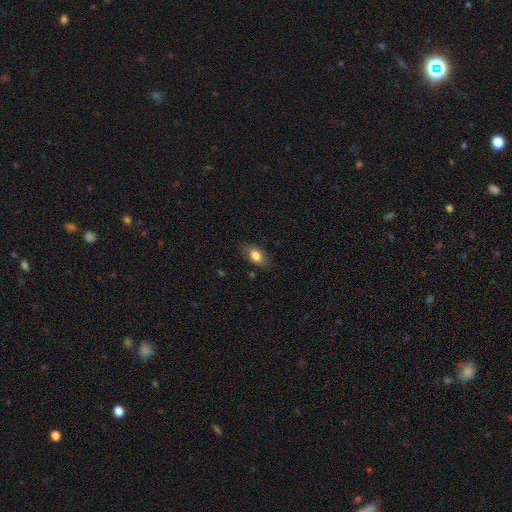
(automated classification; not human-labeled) Smooth or featured: smooth — 80% (featured or disk — 12%)
How rounded: in between — 89% (round — 7%)
Merging: none — 80% (minor disturbance — 15%)